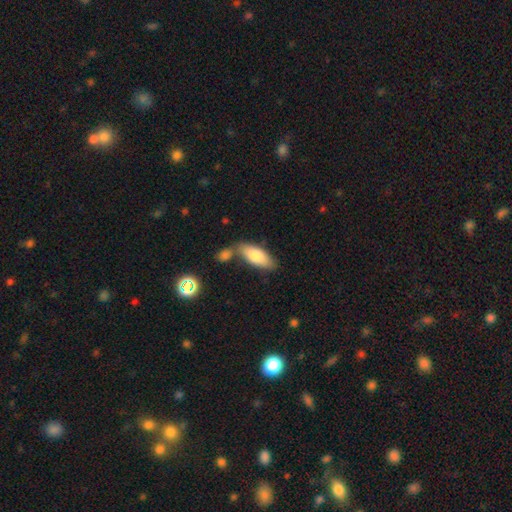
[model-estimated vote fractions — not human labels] smooth-or-featured: smooth: 79% | featured or disk: 15% | star or artifact: 6%
  how-rounded: in between: 83% | cigar-shaped: 15% | round: 2%
  merging: none: 55% | merger: 25% | minor disturbance: 15% | major disturbance: 4%